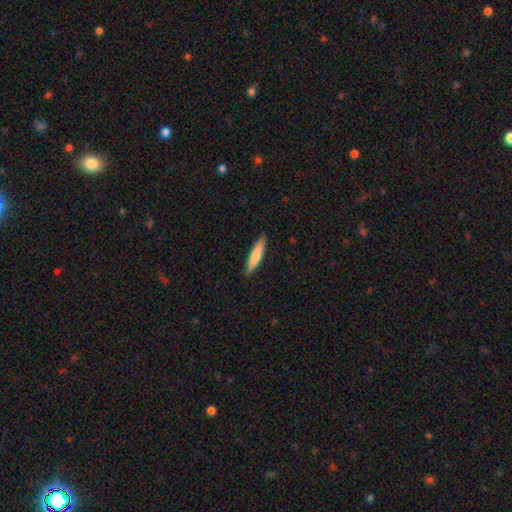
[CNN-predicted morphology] Smooth or featured?
  - smooth: 71% *
  - featured or disk: 23%
  - star or artifact: 5%
How rounded?
  - cigar-shaped: 84% *
  - in between: 14%
  - round: 1%
Merging?
  - none: 90% *
  - minor disturbance: 8%
  - major disturbance: 2%
  - merger: 1%